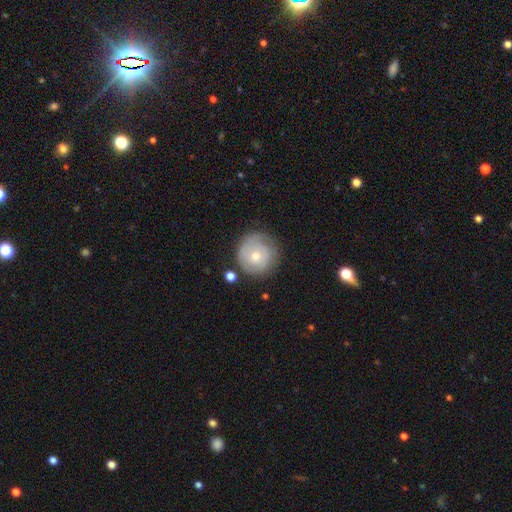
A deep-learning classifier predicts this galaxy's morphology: Smooth or featured? smooth (57%)
How rounded? round (94%)
Merging? none (71%)